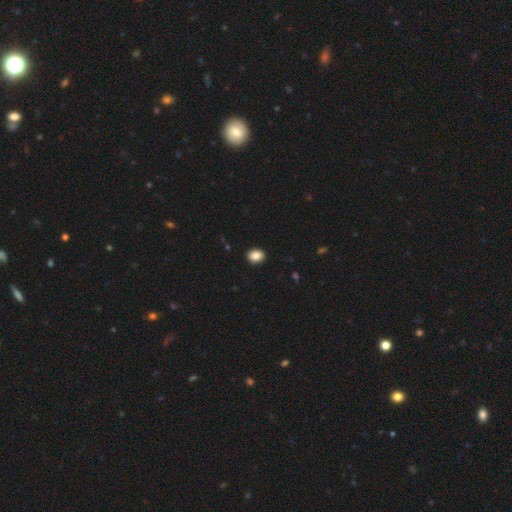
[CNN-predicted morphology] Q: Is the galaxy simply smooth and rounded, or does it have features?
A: smooth — 86%.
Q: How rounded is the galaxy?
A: in between — 51%.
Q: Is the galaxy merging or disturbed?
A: none — 91%.